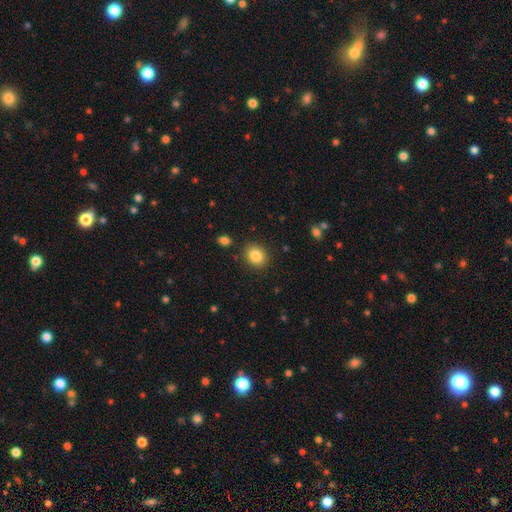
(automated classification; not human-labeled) The model was most divided on "how rounded": round: 61%, in between: 38%, cigar-shaped: 1%. More confident: merging — none (88%); smooth or featured — smooth (85%).